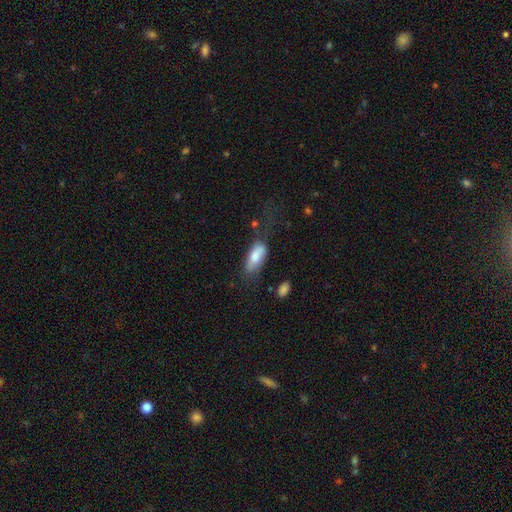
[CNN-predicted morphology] type=smooth (77%); roundness=in between (79%); merging=none (46%).